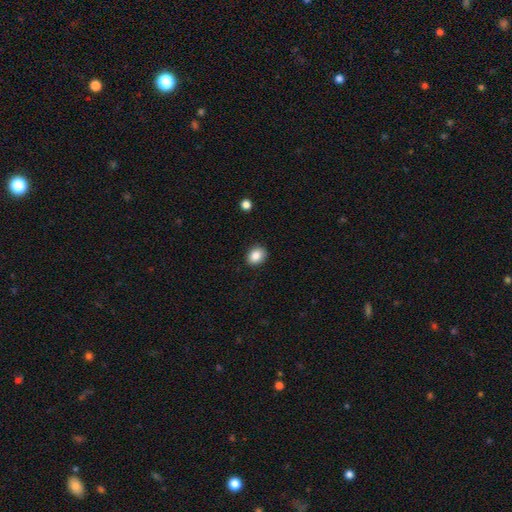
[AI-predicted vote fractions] Q: Smooth or featured?
A: smooth (87%); runner-up: star or artifact (9%)
Q: How rounded?
A: round (53%); runner-up: in between (47%)
Q: Merging?
A: none (89%); runner-up: minor disturbance (8%)